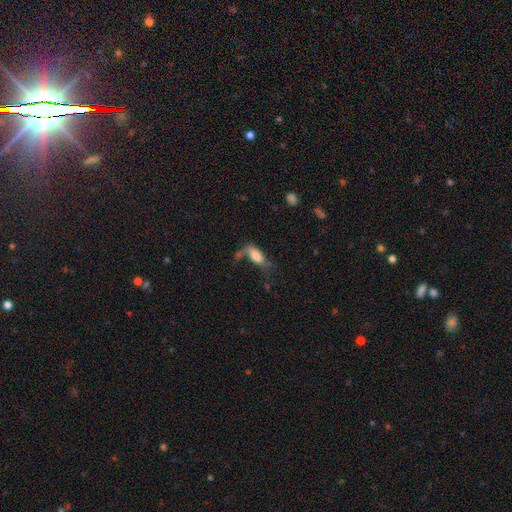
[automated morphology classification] Overall: smooth (66%). How rounded: in between (81%). Merging: major disturbance (37%; none 31%).